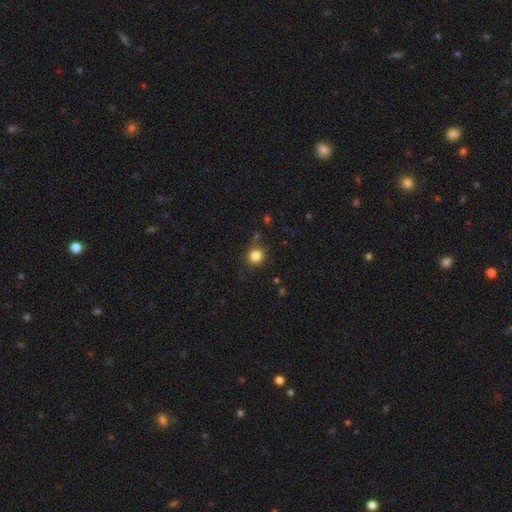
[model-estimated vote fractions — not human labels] The model was most divided on "smooth or featured": smooth: 83%, star or artifact: 12%, featured or disk: 5%. More confident: how rounded — round (90%); merging — none (85%).